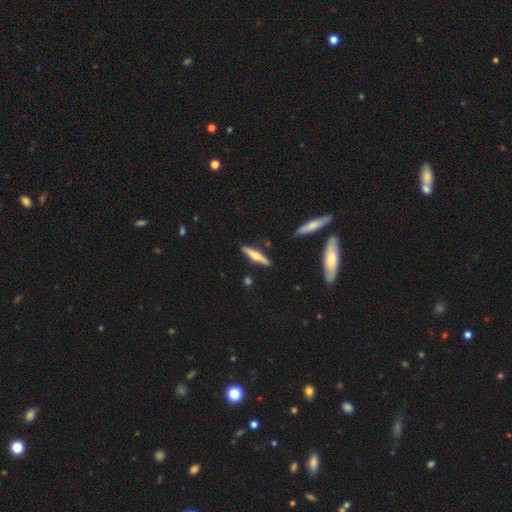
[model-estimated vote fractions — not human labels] A featured or disk galaxy (57%) viewed edge-on (96%) with a rounded central bulge (89%). Merging: none (88%).